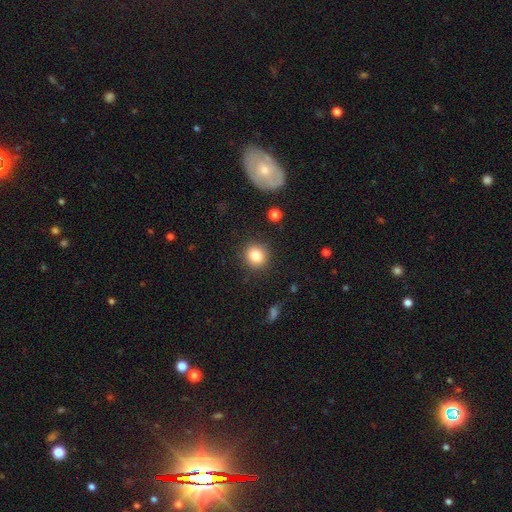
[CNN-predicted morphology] type=smooth (83%); roundness=round (84%); merging=none (89%).